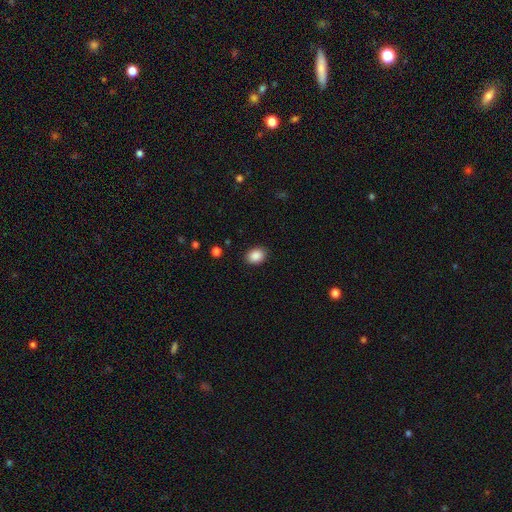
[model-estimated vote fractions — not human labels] Smooth or featured? smooth (88%)
How rounded? in between (62%)
Merging? none (89%)